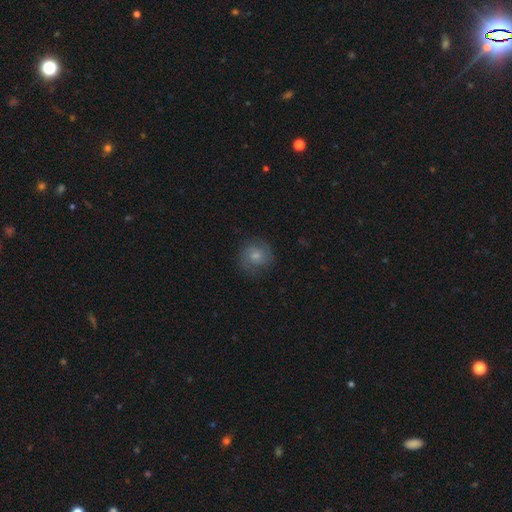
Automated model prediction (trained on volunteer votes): Smooth or featured?
  - smooth: 57% *
  - featured or disk: 34%
  - star or artifact: 9%
How rounded?
  - round: 85% *
  - in between: 14%
  - cigar-shaped: 1%
Merging?
  - none: 77% *
  - minor disturbance: 16%
  - major disturbance: 6%
  - merger: 1%